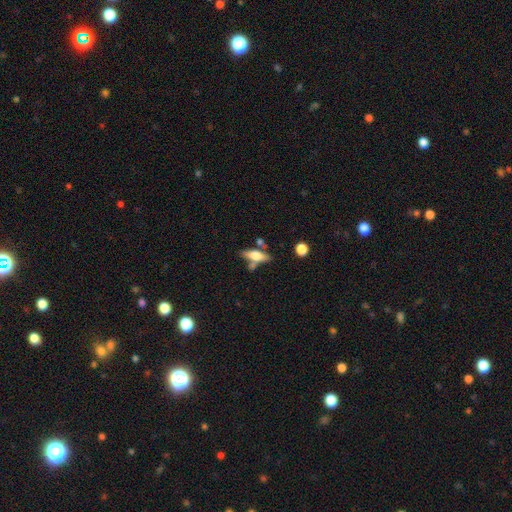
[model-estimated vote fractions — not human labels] Smooth or featured: smooth — 50% (featured or disk — 42%)
How rounded: in between — 53% (cigar-shaped — 44%)
Merging: none — 64% (merger — 16%)